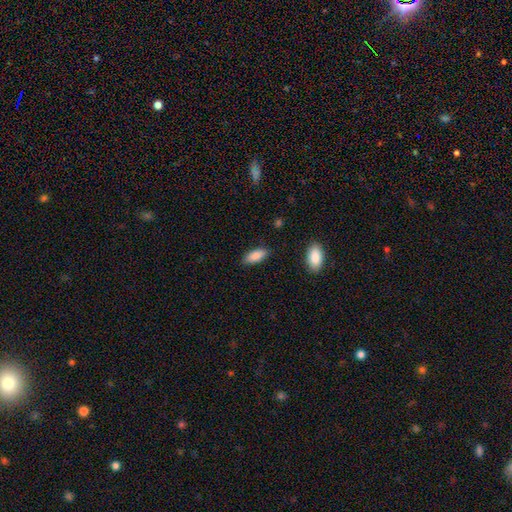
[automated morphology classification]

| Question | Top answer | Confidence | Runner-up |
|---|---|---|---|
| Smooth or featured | smooth | 87% | featured or disk (7%) |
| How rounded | in between | 83% | cigar-shaped (15%) |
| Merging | none | 86% | minor disturbance (10%) |